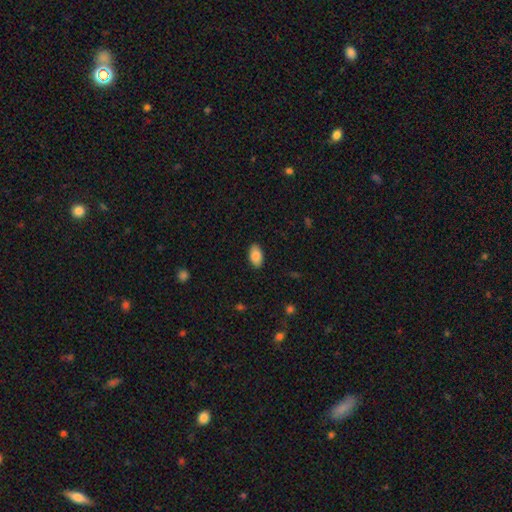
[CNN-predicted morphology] Smooth or featured? Predicted: smooth (p=0.87). How rounded? Predicted: in between (p=0.94). Merging? Predicted: none (p=0.88).